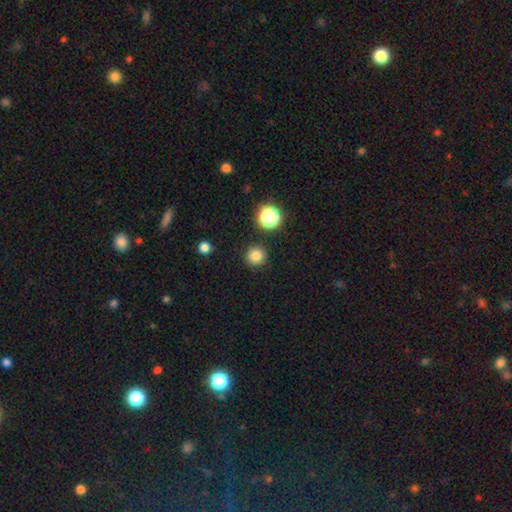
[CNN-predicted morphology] type=smooth (82%); roundness=round (95%); merging=none (91%).